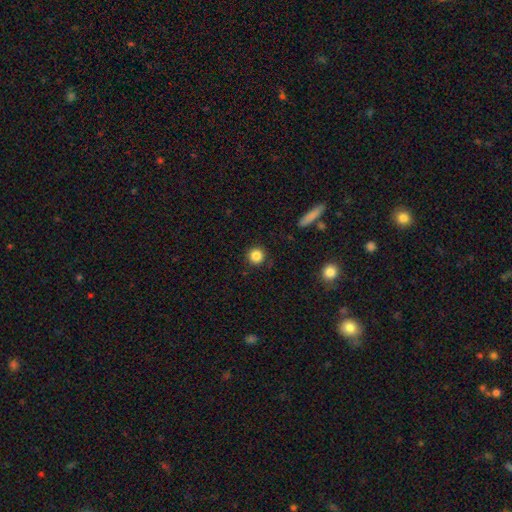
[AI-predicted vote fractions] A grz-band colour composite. It shows a smooth galaxy with no disk features (85%) that is round (94%). Merging: none (89%).